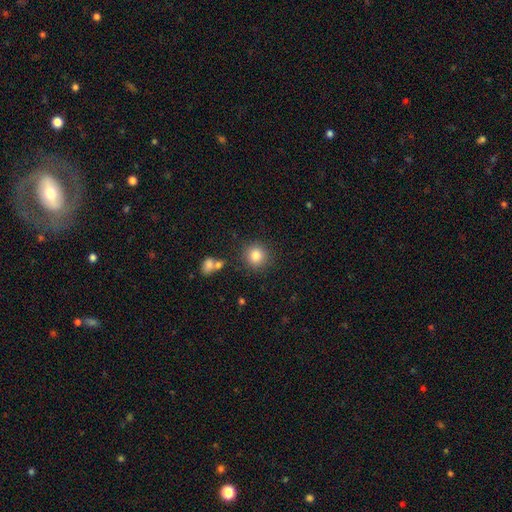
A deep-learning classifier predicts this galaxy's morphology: This is clearly a smooth galaxy (83%). How rounded: clearly round (91%). Merging: clearly none (85%).